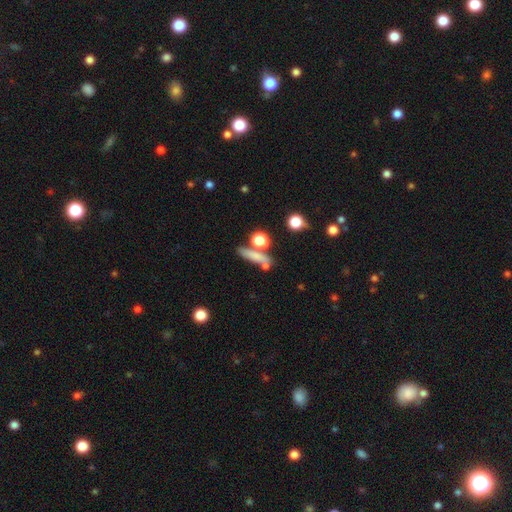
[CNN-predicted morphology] Smooth or featured: smooth — 71% (featured or disk — 18%)
How rounded: cigar-shaped — 60% (in between — 27%)
Merging: none — 59% (merger — 20%)